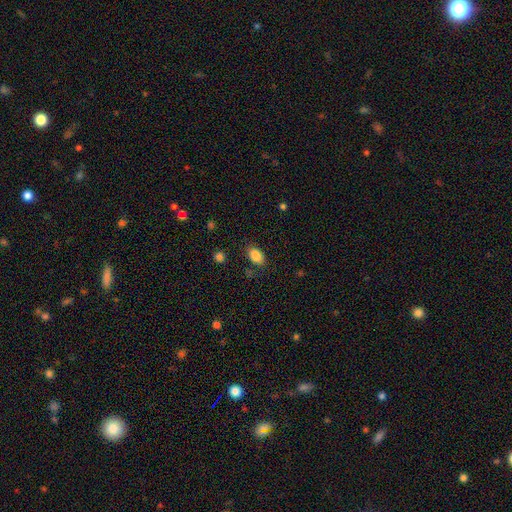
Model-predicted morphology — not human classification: type=smooth (86%); roundness=in between (88%); merging=none (81%).